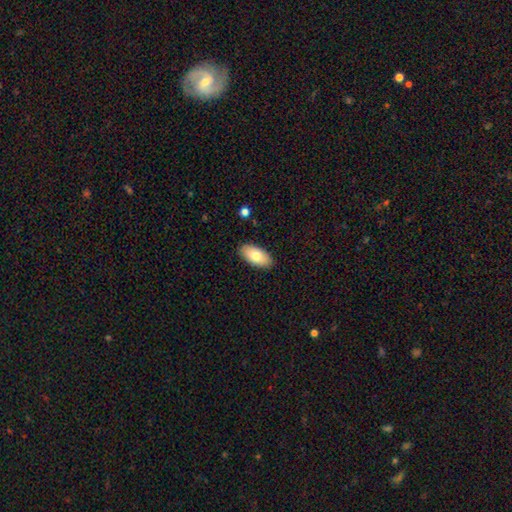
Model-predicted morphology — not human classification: type=smooth (78%); roundness=in between (93%); merging=none (88%).